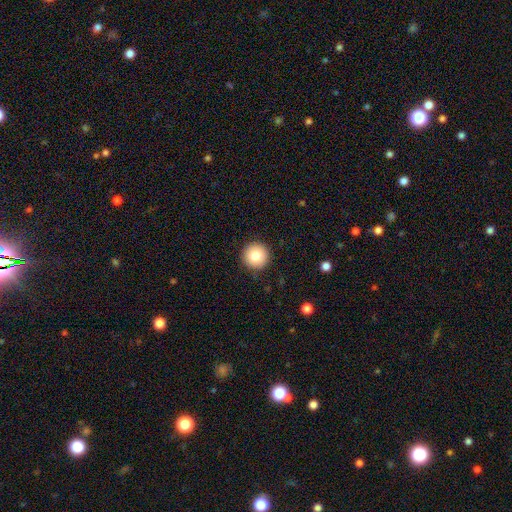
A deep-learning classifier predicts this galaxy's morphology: Smooth or featured? smooth (82%)
How rounded? round (96%)
Merging? none (92%)